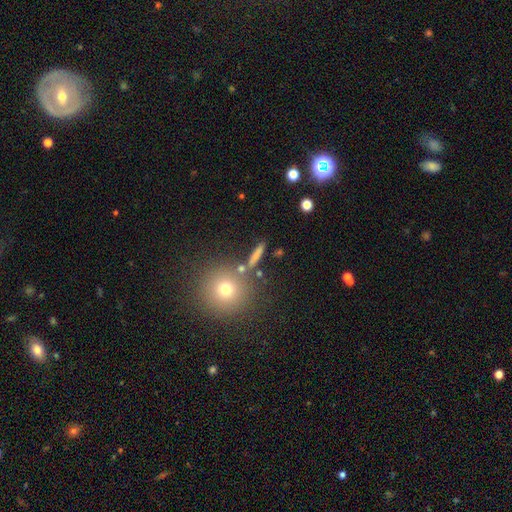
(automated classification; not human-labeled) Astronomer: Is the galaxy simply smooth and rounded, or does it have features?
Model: smooth — 69%.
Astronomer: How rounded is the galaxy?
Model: cigar-shaped — 69%.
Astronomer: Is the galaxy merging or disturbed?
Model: none — 80%.